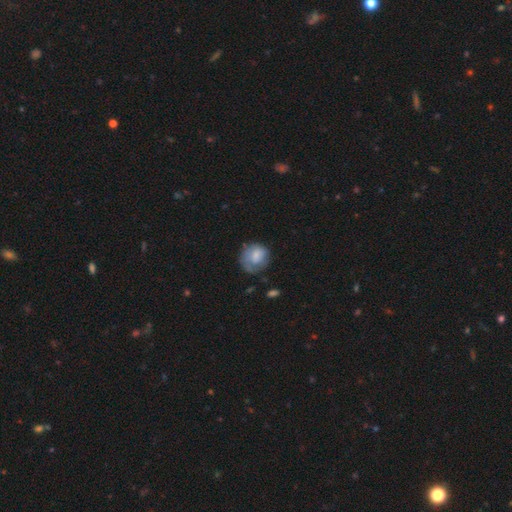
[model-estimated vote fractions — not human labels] smooth_or_featured: smooth (p=0.61) [alt: featured or disk p=0.32]
how_rounded: round (p=0.74) [alt: in between p=0.25]
merging: none (p=0.52) [alt: minor disturbance p=0.26]